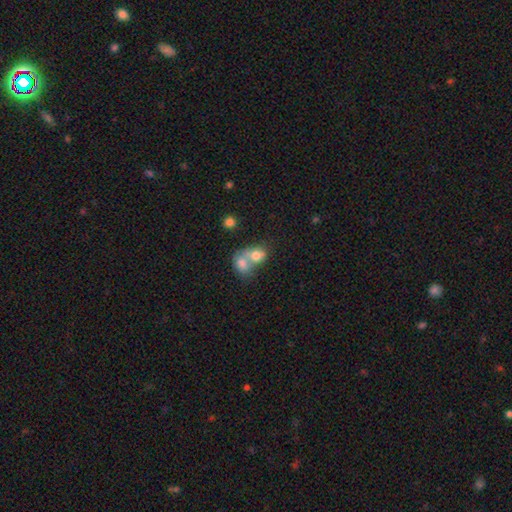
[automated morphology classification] Smooth or featured?
  - smooth: 73% *
  - featured or disk: 16%
  - star or artifact: 10%
How rounded?
  - round: 50% *
  - in between: 49%
  - cigar-shaped: 1%
Merging?
  - merger: 70% *
  - none: 19%
  - minor disturbance: 6%
  - major disturbance: 4%